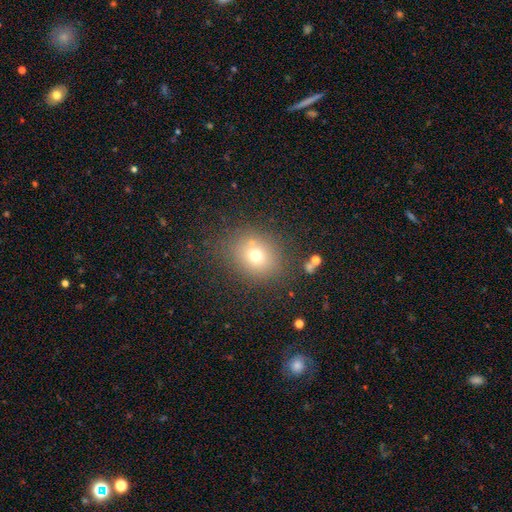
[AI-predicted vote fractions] smooth 69%, star or artifact 17%, featured or disk 14%. Down the decision tree: how rounded — round (66%); merging — none (76%).